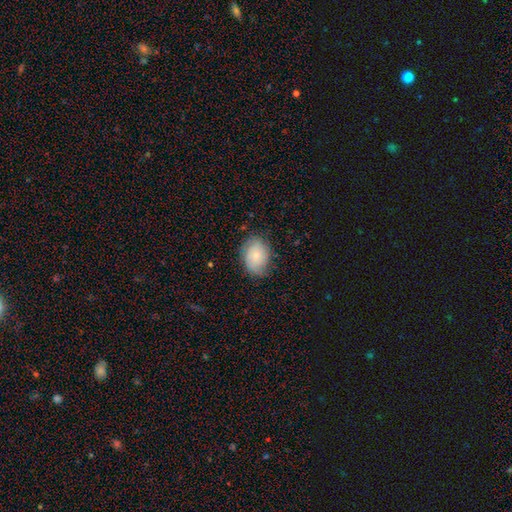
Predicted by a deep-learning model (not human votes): The model was most divided on "smooth or featured": smooth: 63%, featured or disk: 29%, star or artifact: 7%. More confident: merging — none (72%); how rounded — in between (70%).